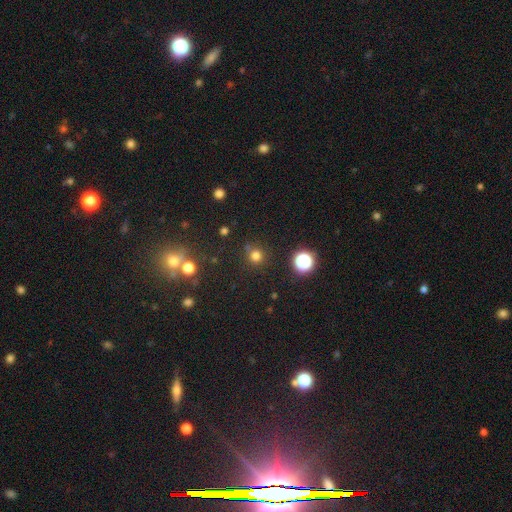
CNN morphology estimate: A smooth galaxy with no disk features (73%) that is round (93%).

Vote fractions:
- Smooth or featured? smooth: 73% / star or artifact: 21% / featured or disk: 5%
- How rounded? round: 93% / in between: 6% / cigar-shaped: 1%
- Merging? none: 81% / minor disturbance: 10% / merger: 6% / major disturbance: 3%